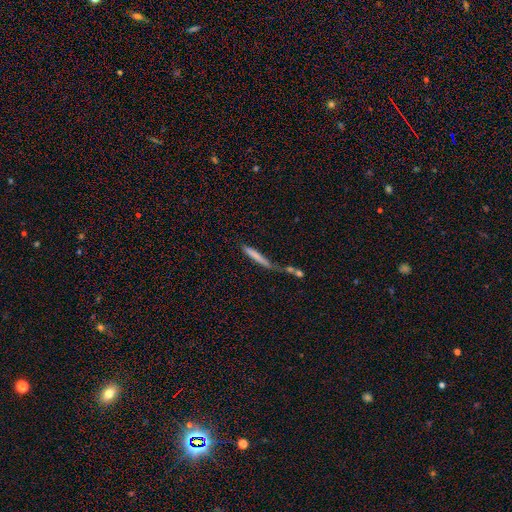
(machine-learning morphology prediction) Q: Smooth or featured?
A: smooth (66%); runner-up: featured or disk (26%)
Q: How rounded?
A: cigar-shaped (93%); runner-up: in between (6%)
Q: Merging?
A: none (35%); runner-up: merger (29%)